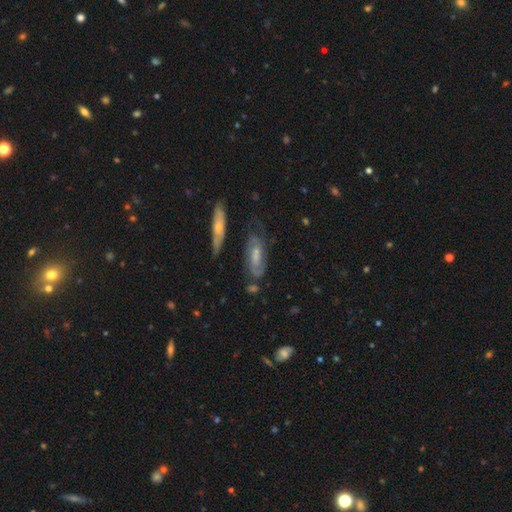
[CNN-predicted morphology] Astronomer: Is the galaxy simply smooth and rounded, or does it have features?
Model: featured or disk — 65%.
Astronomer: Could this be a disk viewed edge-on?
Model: no — 85%.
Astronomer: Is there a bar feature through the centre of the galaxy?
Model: no — 51% (runner-up: weak, 38%).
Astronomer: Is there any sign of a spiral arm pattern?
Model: yes — 82%.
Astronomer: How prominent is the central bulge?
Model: small — 51% (runner-up: moderate, 32%).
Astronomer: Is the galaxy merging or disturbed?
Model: none — 60%.